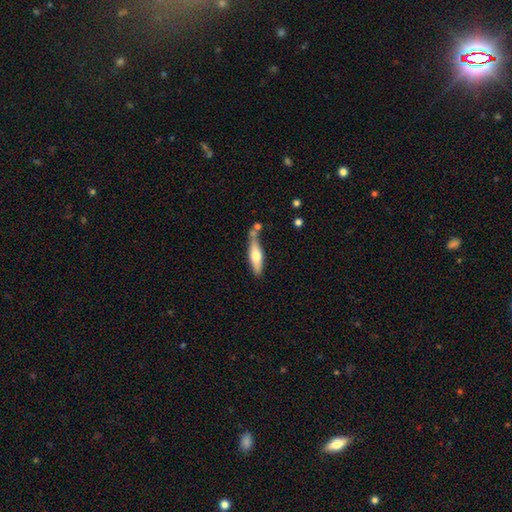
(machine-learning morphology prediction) Smooth or featured? smooth (57%)
How rounded? cigar-shaped (66%)
Merging? none (57%)